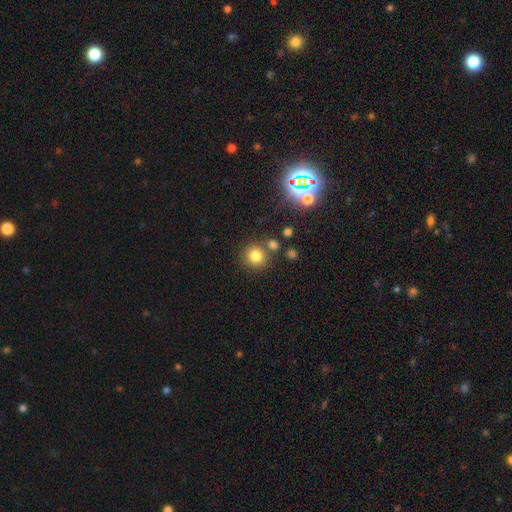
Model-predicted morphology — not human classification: Overall: smooth (79%). How rounded: round (90%). Merging: none (77%).